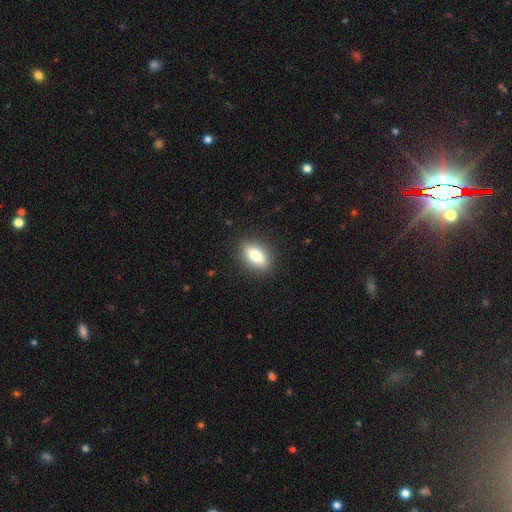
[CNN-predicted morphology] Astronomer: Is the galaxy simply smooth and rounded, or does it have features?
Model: smooth — 78%.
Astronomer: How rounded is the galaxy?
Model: in between — 83%.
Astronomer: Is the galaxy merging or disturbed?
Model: none — 88%.